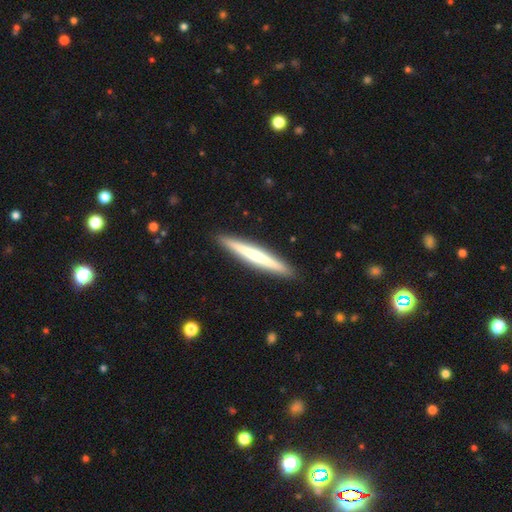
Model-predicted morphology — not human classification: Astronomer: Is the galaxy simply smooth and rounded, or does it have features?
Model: smooth — 48% (runner-up: featured or disk, 47%).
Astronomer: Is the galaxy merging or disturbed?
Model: none — 92%.